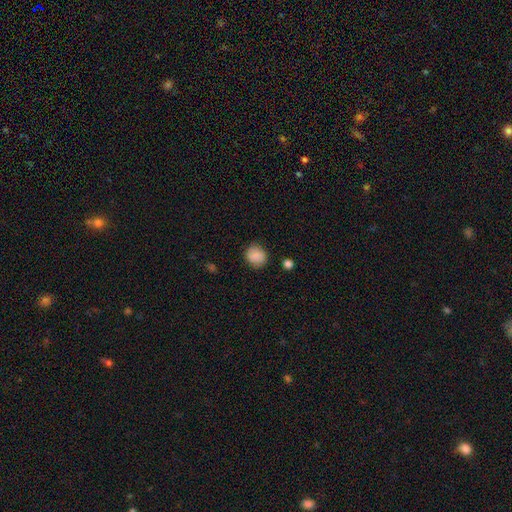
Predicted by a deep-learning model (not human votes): Smooth or featured: smooth — 87% (star or artifact — 8%)
How rounded: round — 75% (in between — 24%)
Merging: none — 84% (minor disturbance — 12%)